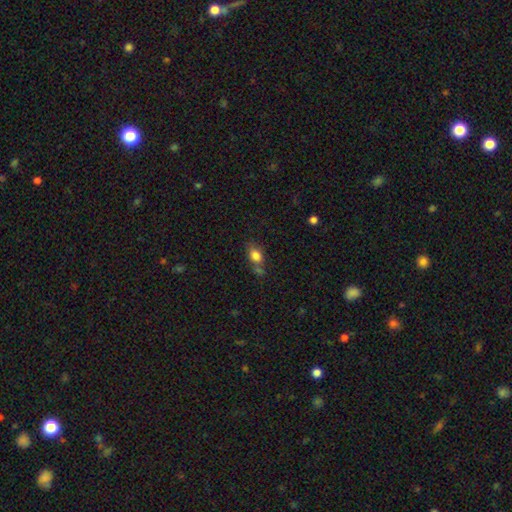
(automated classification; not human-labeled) This is clearly a smooth galaxy (81%). How rounded: likely in between (77%). Merging: possibly none (51%).